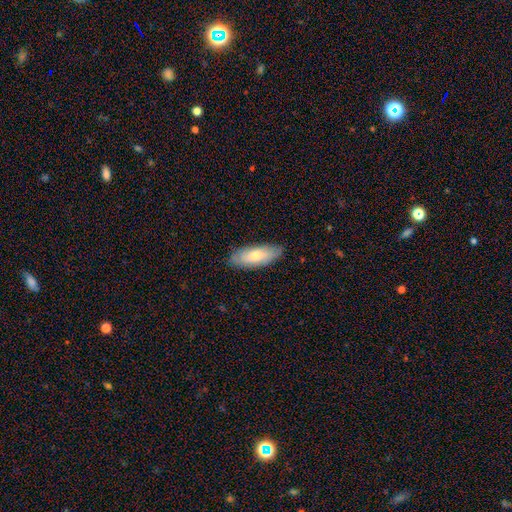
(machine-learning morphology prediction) Smooth or featured?
  - smooth: 65% *
  - featured or disk: 29%
  - star or artifact: 6%
How rounded?
  - in between: 74% *
  - cigar-shaped: 24%
  - round: 2%
Merging?
  - none: 82% *
  - minor disturbance: 14%
  - major disturbance: 3%
  - merger: 1%